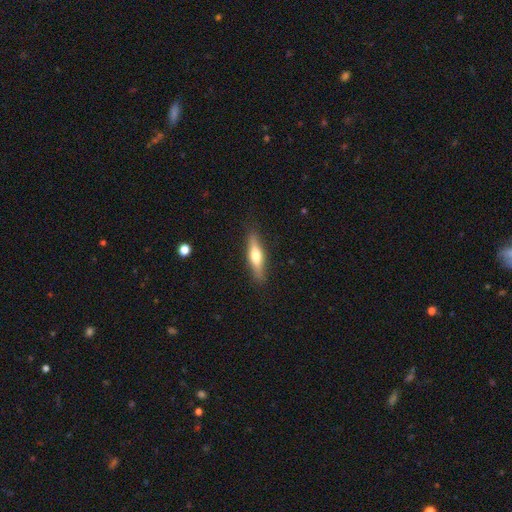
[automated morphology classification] A smooth galaxy with no disk features (51%) that is cigar-shaped (75%). Merging: none (87%).